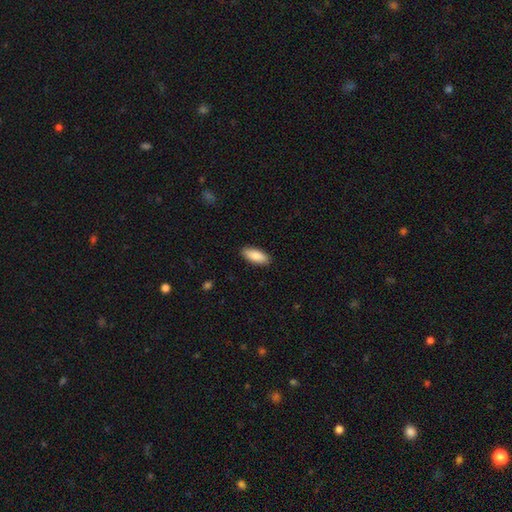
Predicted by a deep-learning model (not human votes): The model was most divided on "how rounded": in between: 79%, cigar-shaped: 20%, round: 2%. More confident: merging — none (90%); smooth or featured — smooth (87%).